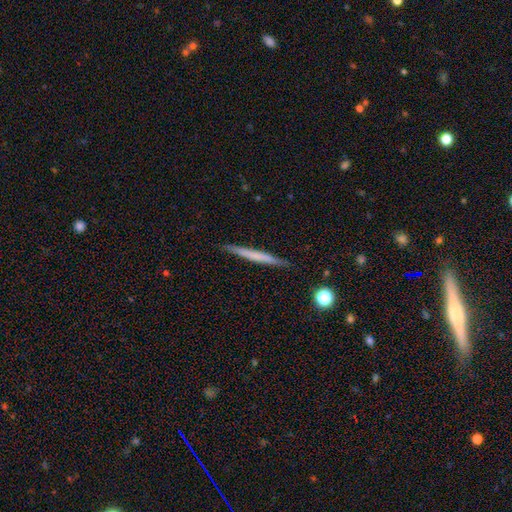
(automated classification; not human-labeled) The model was most divided on "smooth or featured": smooth: 51%, featured or disk: 43%, star or artifact: 6%. More confident: how rounded — cigar-shaped (97%); merging — none (90%).